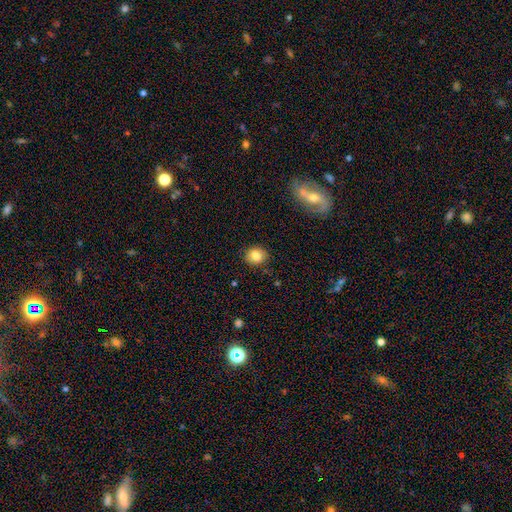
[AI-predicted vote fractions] Smooth or featured?
  - smooth: 82% *
  - star or artifact: 10%
  - featured or disk: 8%
How rounded?
  - round: 78% *
  - in between: 21%
  - cigar-shaped: 1%
Merging?
  - none: 88% *
  - minor disturbance: 8%
  - major disturbance: 2%
  - merger: 1%